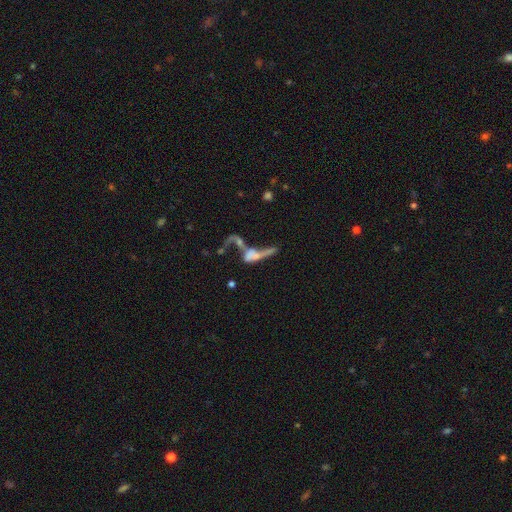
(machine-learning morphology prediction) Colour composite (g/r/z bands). It shows a featured or disk galaxy (56%). Merging: merger (55%).